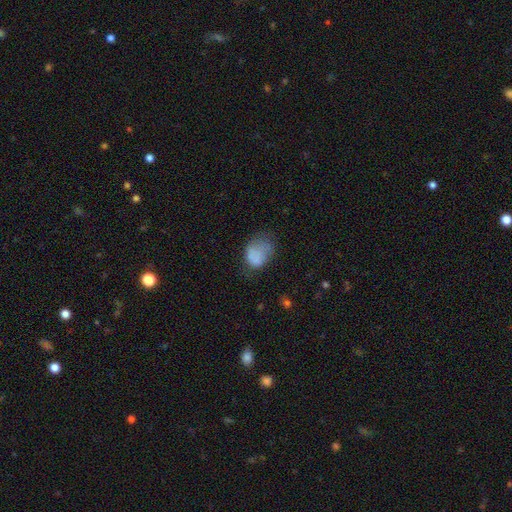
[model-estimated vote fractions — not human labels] A smooth galaxy with no disk features (72%) that is in between round and cigar-shaped (68%).

Vote fractions:
- Smooth or featured? smooth: 72% / featured or disk: 18% / star or artifact: 10%
- How rounded? in between: 68% / round: 31% / cigar-shaped: 1%
- Merging? major disturbance: 35% / minor disturbance: 31% / none: 31% / merger: 3%